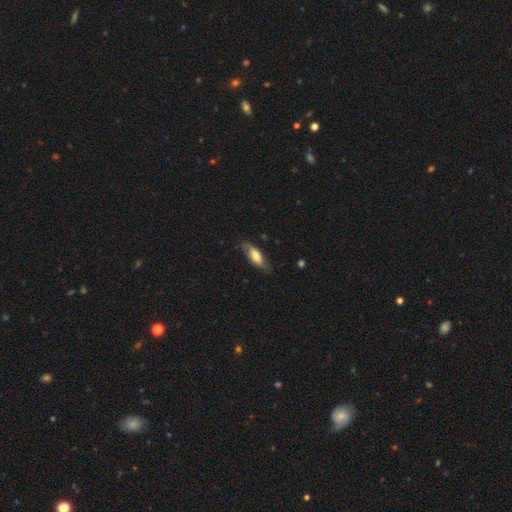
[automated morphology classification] This appears to be a smooth galaxy with no disk features (55%) that is in between round and cigar-shaped (60%). Merging: none (68%).